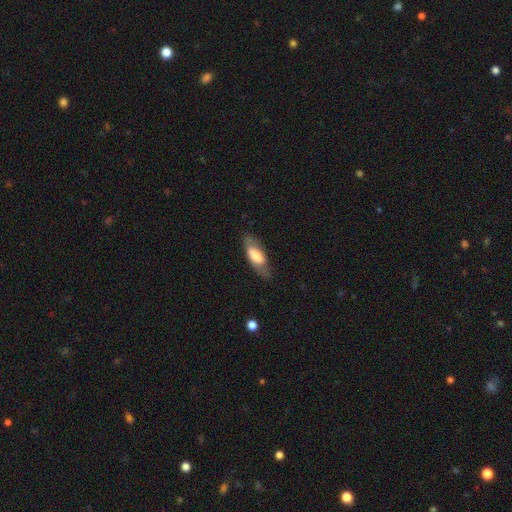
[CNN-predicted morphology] type=smooth (57%); roundness=in between (70%); merging=none (73%).